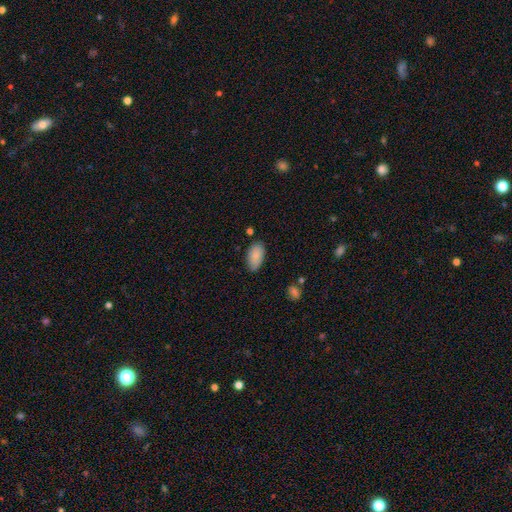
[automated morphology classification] Smooth or featured? smooth (86%)
How rounded? in between (95%)
Merging? none (78%)